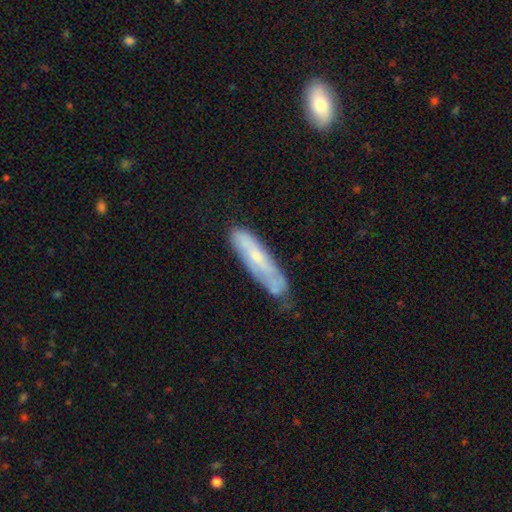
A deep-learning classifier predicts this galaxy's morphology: A featured or disk galaxy (48%). Merging: none (52%).